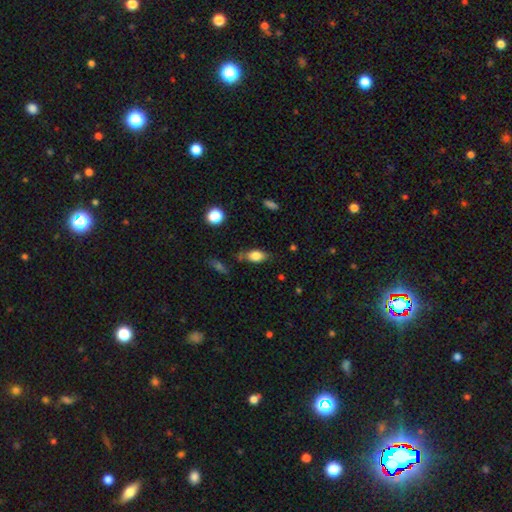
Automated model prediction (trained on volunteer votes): smooth_or_featured: smooth (p=0.77) [alt: featured or disk p=0.14]
how_rounded: in between (p=0.85) [alt: round p=0.08]
merging: none (p=0.68) [alt: minor disturbance p=0.21]